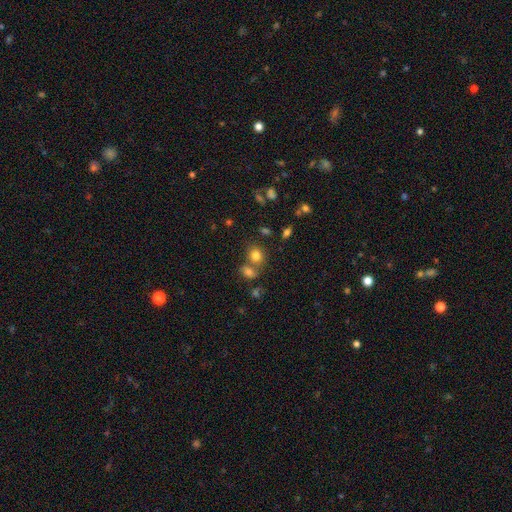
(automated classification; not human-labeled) smooth-or-featured: smooth: 78% | star or artifact: 13% | featured or disk: 9%
  how-rounded: round: 62% | in between: 37% | cigar-shaped: 1%
  merging: none: 53% | merger: 33% | minor disturbance: 11% | major disturbance: 4%